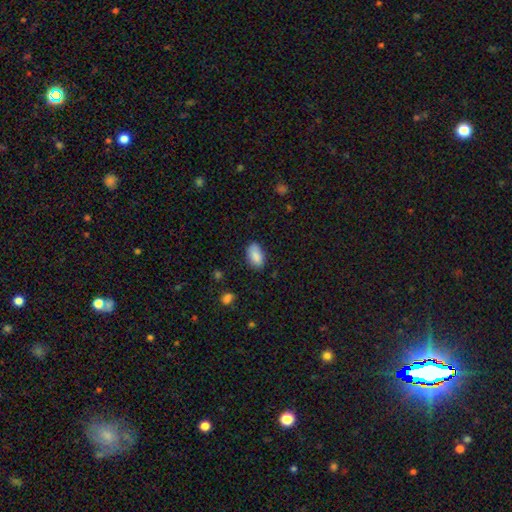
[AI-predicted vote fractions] Overall: smooth (87%). How rounded: in between (93%). Merging: none (73%).